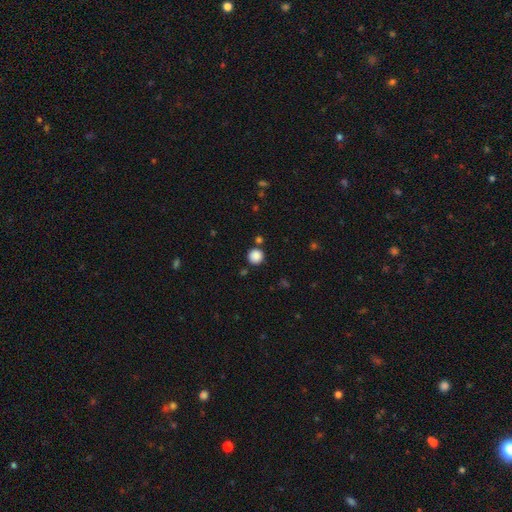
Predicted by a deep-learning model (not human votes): smooth 87%, star or artifact 10%, featured or disk 3%. Down the decision tree: how rounded — round (95%); merging — none (85%).